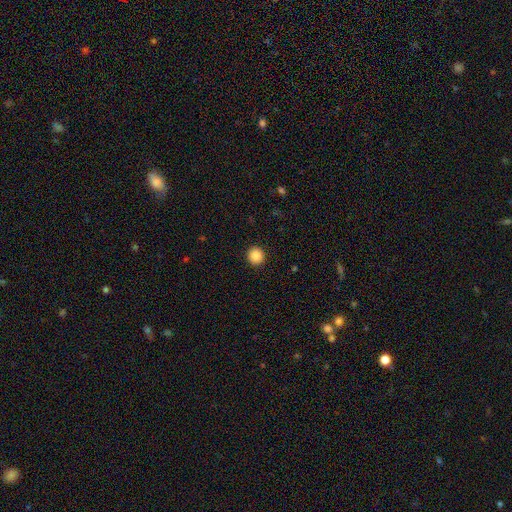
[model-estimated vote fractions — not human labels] This appears to be a smooth galaxy with no disk features (87%) that is round (93%). Merging: none (92%).